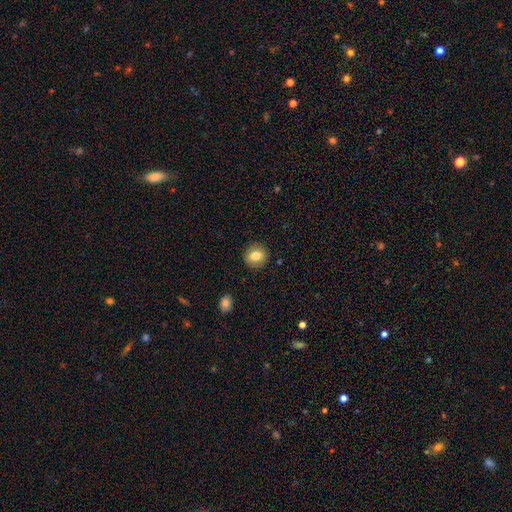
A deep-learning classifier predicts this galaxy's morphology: This appears to be a smooth galaxy with no disk features (75%) that is round (74%). Merging: none (88%).